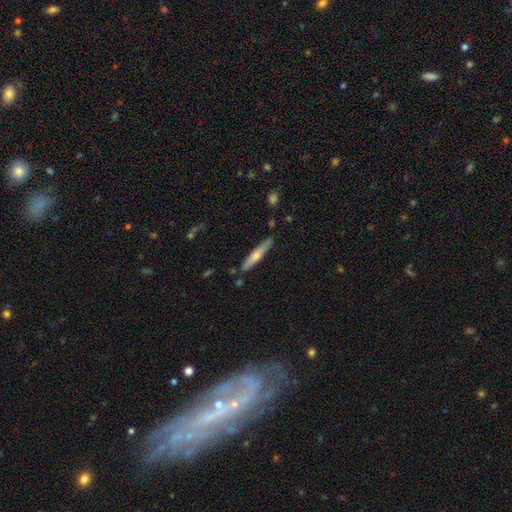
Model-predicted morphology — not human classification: Smooth or featured: smooth — 61% (featured or disk — 34%)
How rounded: cigar-shaped — 92% (in between — 7%)
Merging: none — 83% (minor disturbance — 12%)